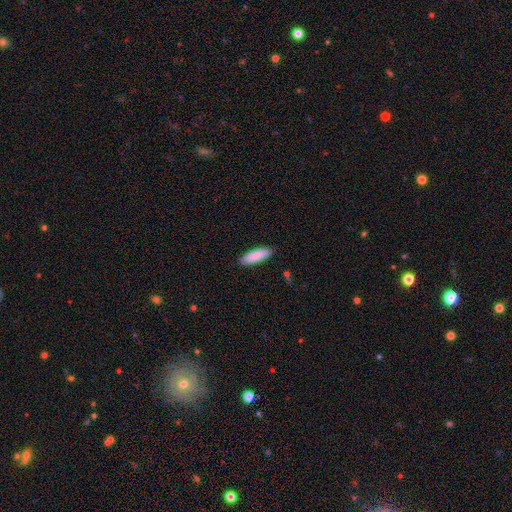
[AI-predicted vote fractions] Smooth or featured?
  - smooth: 88% *
  - featured or disk: 6%
  - star or artifact: 6%
How rounded?
  - in between: 53% *
  - cigar-shaped: 45%
  - round: 1%
Merging?
  - none: 89% *
  - minor disturbance: 9%
  - major disturbance: 2%
  - merger: 1%